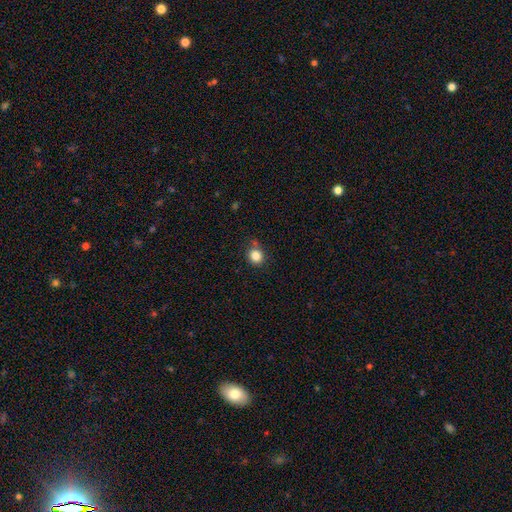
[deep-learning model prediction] A smooth galaxy with no disk features (84%) that is round (79%). Merging: none (74%).